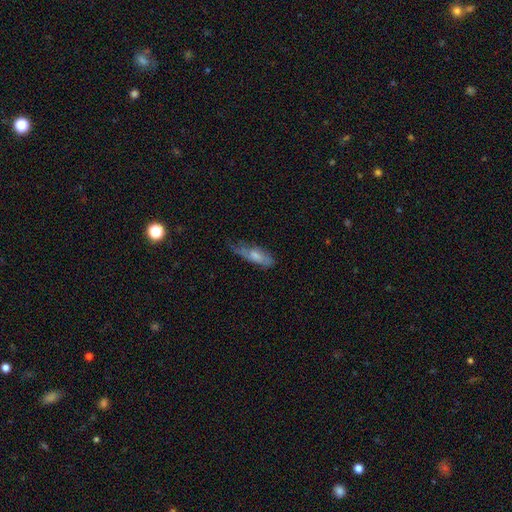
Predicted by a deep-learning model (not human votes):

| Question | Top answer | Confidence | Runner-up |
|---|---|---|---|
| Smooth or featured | smooth | 61% | featured or disk (31%) |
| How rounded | in between | 57% | cigar-shaped (41%) |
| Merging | none | 40% | minor disturbance (38%) |